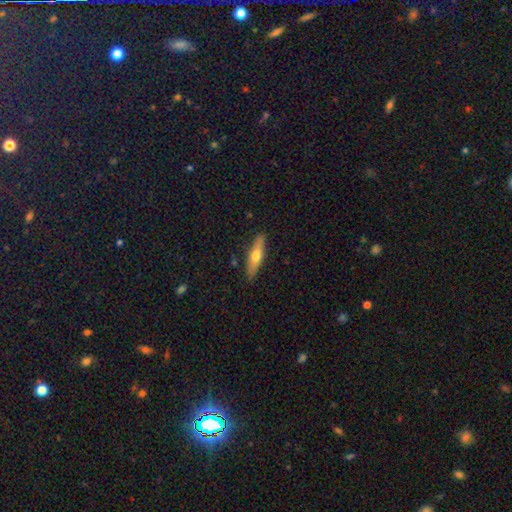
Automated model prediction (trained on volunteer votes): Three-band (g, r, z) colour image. It shows a smooth galaxy with no disk features (52%) that is cigar-shaped (70%). Merging: none (87%).